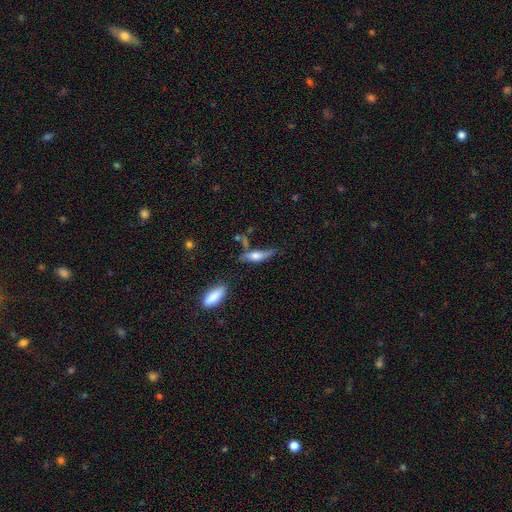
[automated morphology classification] smooth-or-featured: smooth: 51% | featured or disk: 41% | star or artifact: 8%
  how-rounded: cigar-shaped: 58% | in between: 39% | round: 3%
  merging: none: 51% | minor disturbance: 27% | major disturbance: 13% | merger: 10%